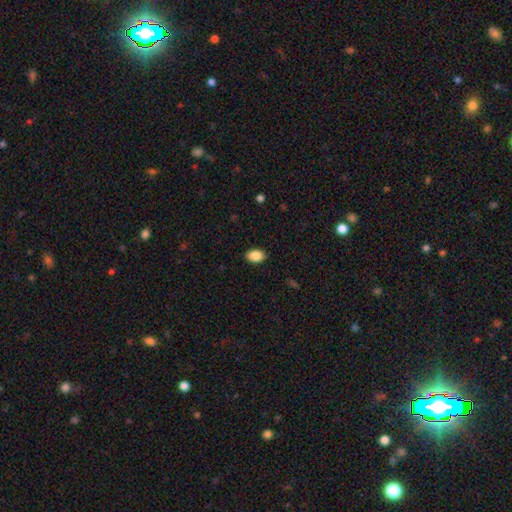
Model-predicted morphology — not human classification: Q: Smooth or featured?
A: smooth (88%); runner-up: star or artifact (8%)
Q: How rounded?
A: in between (85%); runner-up: round (14%)
Q: Merging?
A: none (89%); runner-up: minor disturbance (9%)